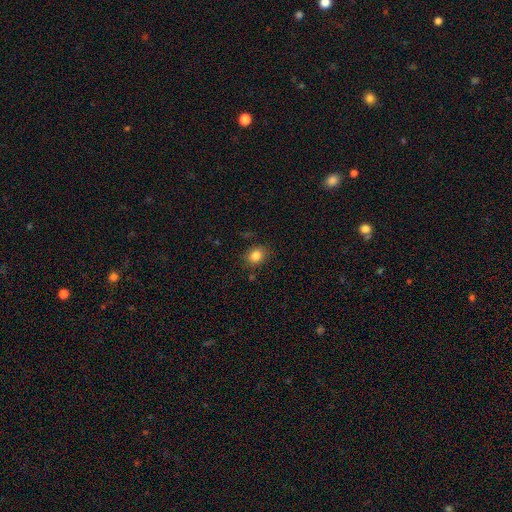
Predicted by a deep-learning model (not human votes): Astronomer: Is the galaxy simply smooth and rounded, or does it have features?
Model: smooth — 83%.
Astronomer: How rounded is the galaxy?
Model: round — 54% (runner-up: in between, 45%).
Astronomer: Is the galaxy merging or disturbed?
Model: none — 83%.